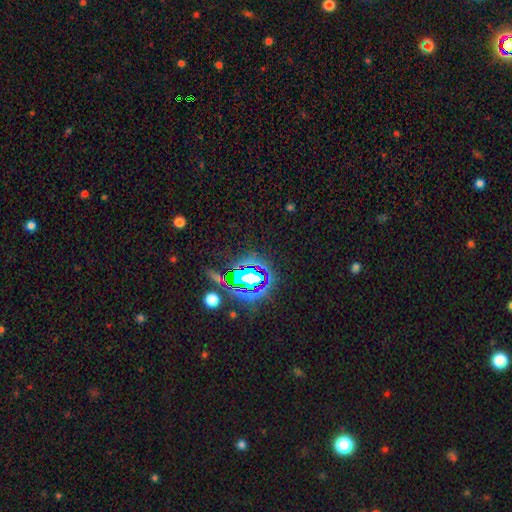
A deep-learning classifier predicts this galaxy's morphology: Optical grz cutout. It shows a star or artifact, not a galaxy (81%).